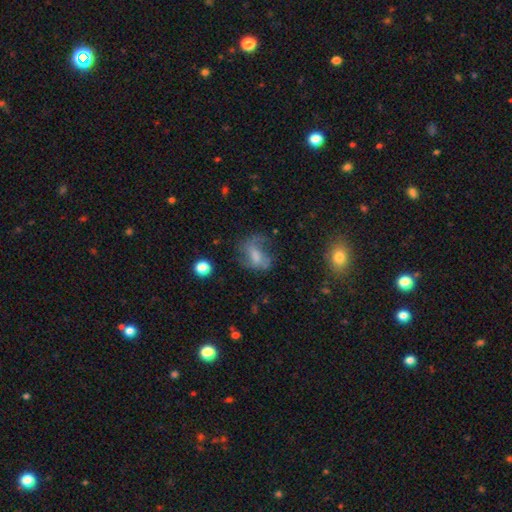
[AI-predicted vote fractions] This appears to be a featured or disk galaxy (51%). Merging: none (49%).